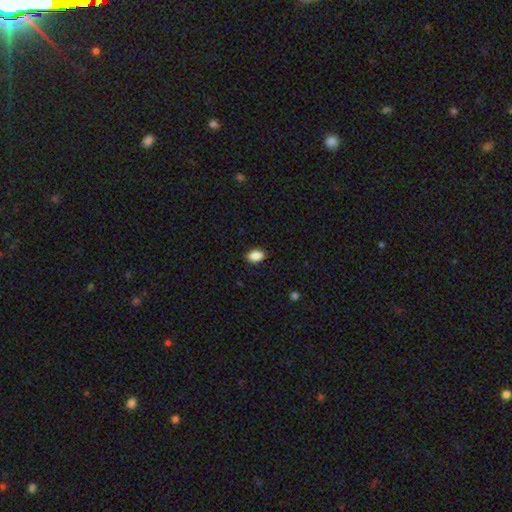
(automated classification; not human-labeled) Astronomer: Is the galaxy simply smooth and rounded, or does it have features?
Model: smooth — 88%.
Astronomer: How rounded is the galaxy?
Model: in between — 89%.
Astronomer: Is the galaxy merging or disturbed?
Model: none — 88%.